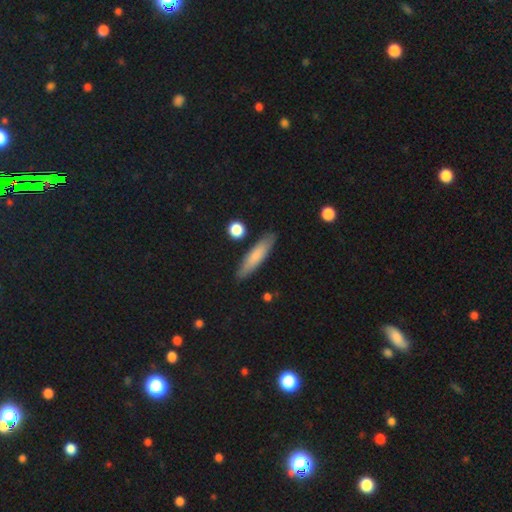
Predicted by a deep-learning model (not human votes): Smooth or featured? Predicted: smooth (p=0.73). How rounded? Predicted: cigar-shaped (p=0.80). Merging? Predicted: none (p=0.86).